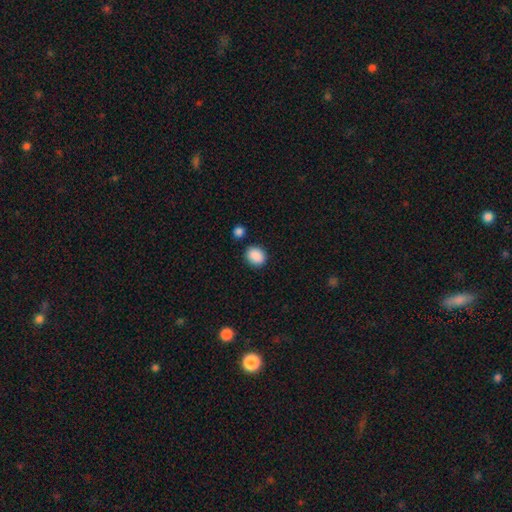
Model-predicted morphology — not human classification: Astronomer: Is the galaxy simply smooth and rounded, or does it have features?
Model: smooth — 89%.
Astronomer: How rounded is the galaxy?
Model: round — 55% (runner-up: in between, 44%).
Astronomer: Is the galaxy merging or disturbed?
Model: none — 85%.